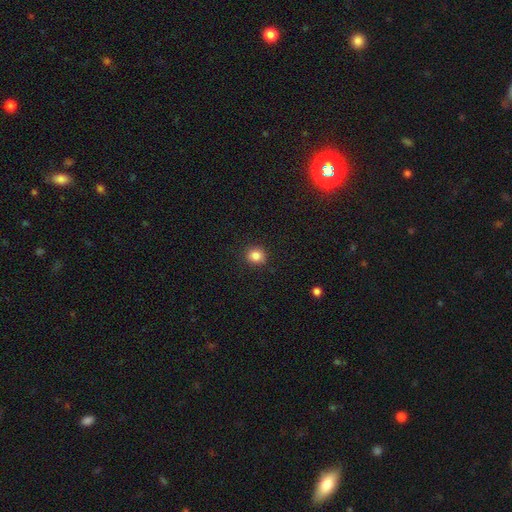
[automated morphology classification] This is clearly a smooth galaxy (85%). How rounded: clearly round (85%). Merging: clearly none (90%).